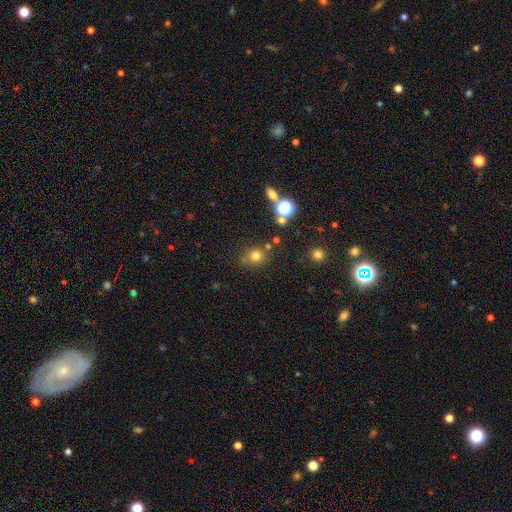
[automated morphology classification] A smooth galaxy with no disk features (75%) that is round (86%).

Vote fractions:
- Smooth or featured? smooth: 75% / star or artifact: 18% / featured or disk: 7%
- How rounded? round: 86% / in between: 13% / cigar-shaped: 1%
- Merging? none: 74% / minor disturbance: 12% / merger: 9% / major disturbance: 4%